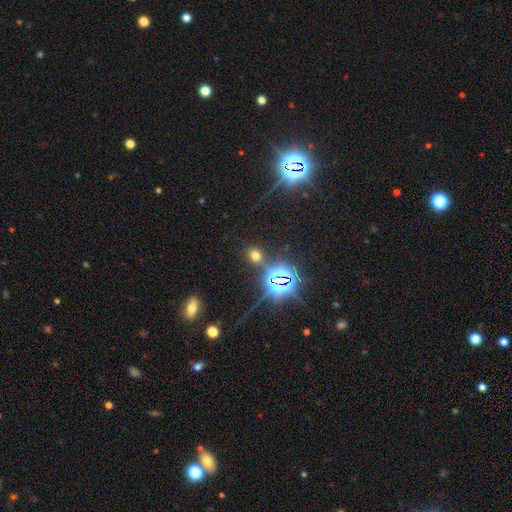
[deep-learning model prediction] Overall: smooth (48%; star or artifact 44%). Merging: none (80%).